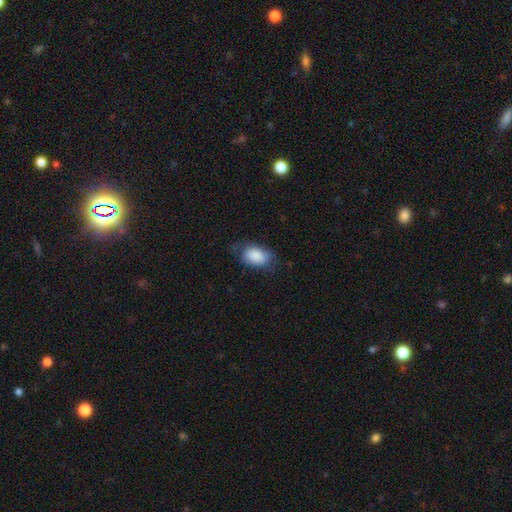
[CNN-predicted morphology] Smooth or featured? Predicted: smooth (p=0.87). How rounded? Predicted: in between (p=0.90). Merging? Predicted: none (p=0.69).